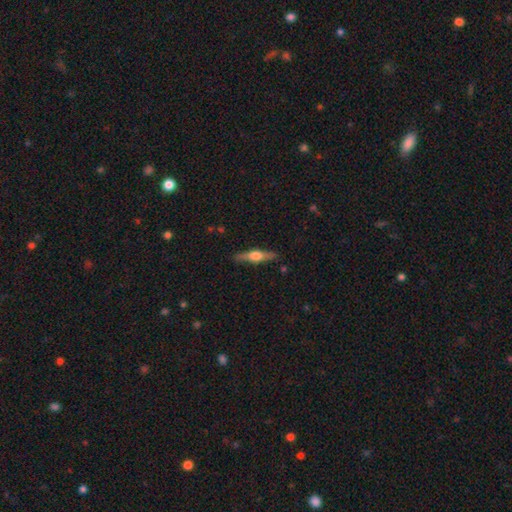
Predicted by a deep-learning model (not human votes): Smooth or featured? Predicted: featured or disk (p=0.63). Edge-on disk? Predicted: yes (p=0.96). Edge-on bulge? Predicted: rounded (p=0.92). Merging? Predicted: none (p=0.87).